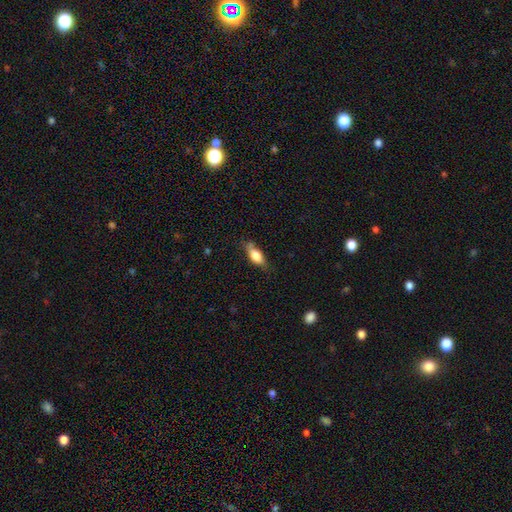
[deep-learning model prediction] smooth 72%, featured or disk 20%, star or artifact 7%. Down the decision tree: how rounded — in between (77%); merging — none (64%).